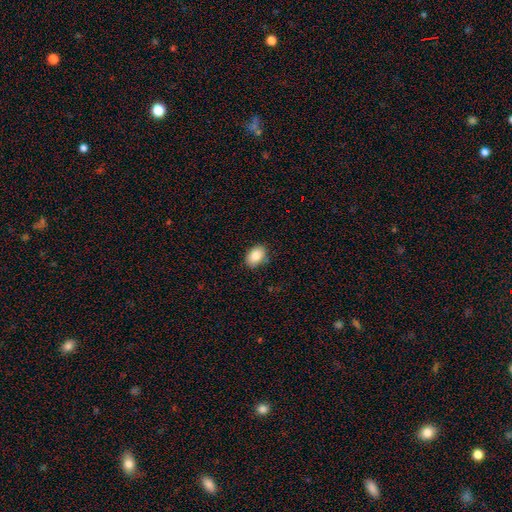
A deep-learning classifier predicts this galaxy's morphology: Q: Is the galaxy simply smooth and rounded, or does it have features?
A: smooth — 87%.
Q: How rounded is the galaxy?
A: in between — 83%.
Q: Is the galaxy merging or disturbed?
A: none — 85%.